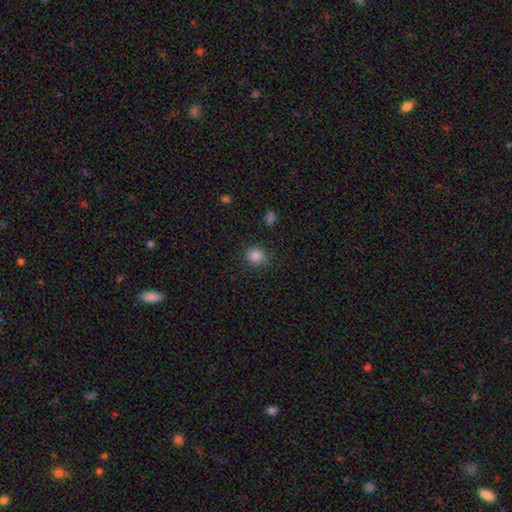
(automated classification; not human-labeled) smooth-or-featured: smooth: 85% | star or artifact: 11% | featured or disk: 4%
  how-rounded: round: 78% | in between: 22% | cigar-shaped: 1%
  merging: none: 85% | minor disturbance: 10% | major disturbance: 3% | merger: 2%